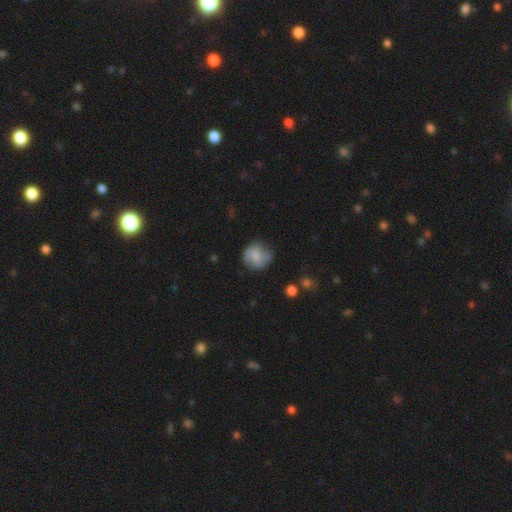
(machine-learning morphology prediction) Smooth or featured? Predicted: smooth (p=0.58). How rounded? Predicted: round (p=0.81). Merging? Predicted: none (p=0.63).